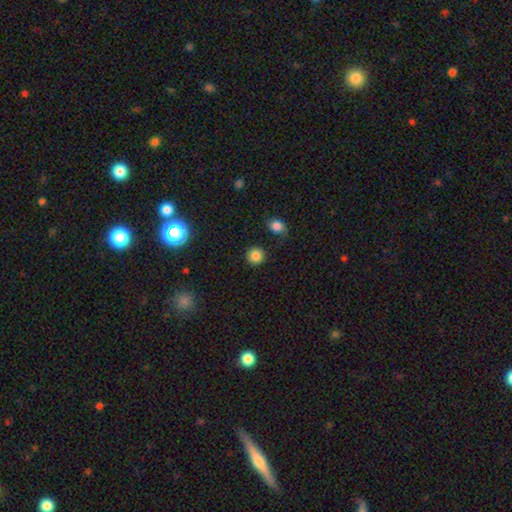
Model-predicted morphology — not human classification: Smooth or featured?
  - smooth: 84% *
  - star or artifact: 11%
  - featured or disk: 4%
How rounded?
  - round: 93% *
  - in between: 6%
  - cigar-shaped: 1%
Merging?
  - none: 88% *
  - minor disturbance: 7%
  - merger: 3%
  - major disturbance: 3%